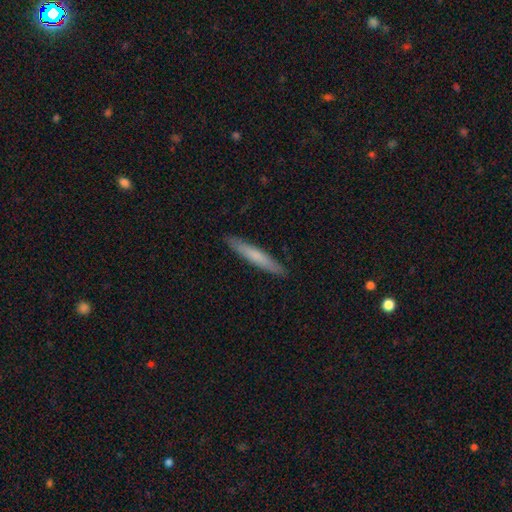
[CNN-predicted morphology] smooth 68%, featured or disk 27%, star or artifact 5%. Down the decision tree: how rounded — cigar-shaped (95%); merging — none (91%).